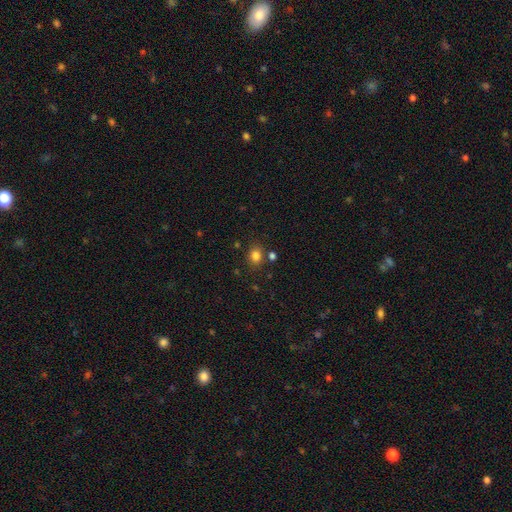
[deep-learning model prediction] The model was most divided on "how rounded": round: 57%, in between: 42%, cigar-shaped: 1%. More confident: smooth or featured — smooth (81%); merging — none (79%).